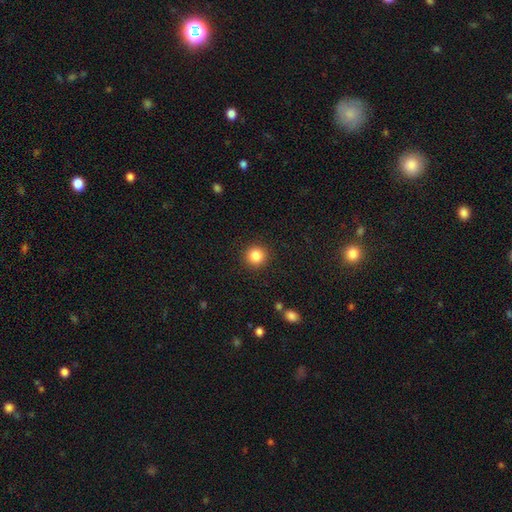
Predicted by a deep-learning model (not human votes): Smooth or featured? smooth (85%)
How rounded? round (94%)
Merging? none (92%)